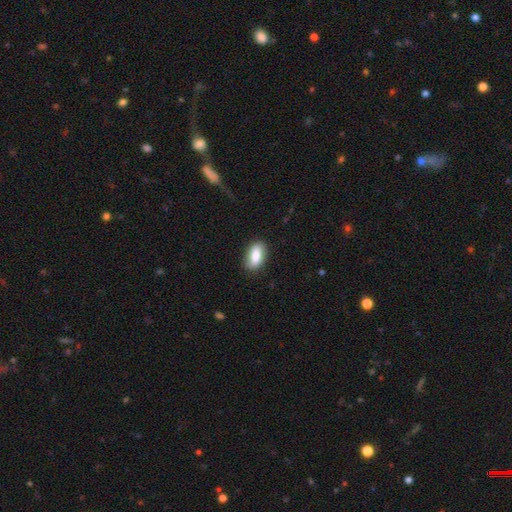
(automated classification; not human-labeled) A smooth galaxy with no disk features (79%) that is in between round and cigar-shaped (88%). Merging: none (83%).